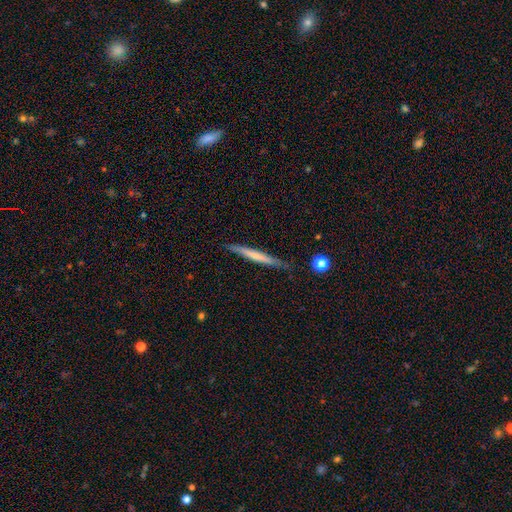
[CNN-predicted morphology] Smooth or featured? Predicted: smooth (p=0.52). How rounded? Predicted: cigar-shaped (p=0.96). Merging? Predicted: none (p=0.86).